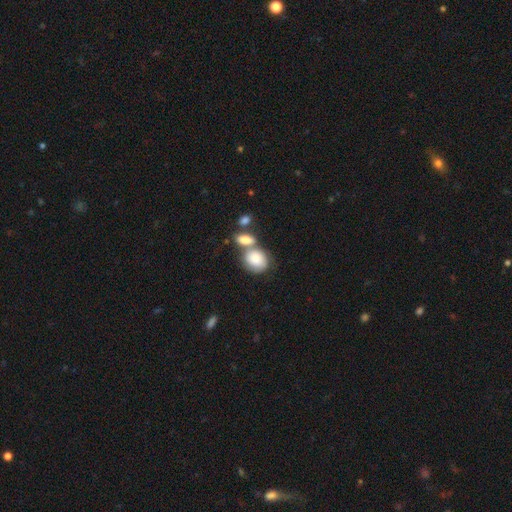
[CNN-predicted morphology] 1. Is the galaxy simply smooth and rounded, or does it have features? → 74% smooth, 13% star or artifact, 13% featured or disk.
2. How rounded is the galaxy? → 61% round, 37% in between, 2% cigar-shaped.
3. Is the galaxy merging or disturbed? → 43% none, 41% merger, 11% minor disturbance, 5% major disturbance.